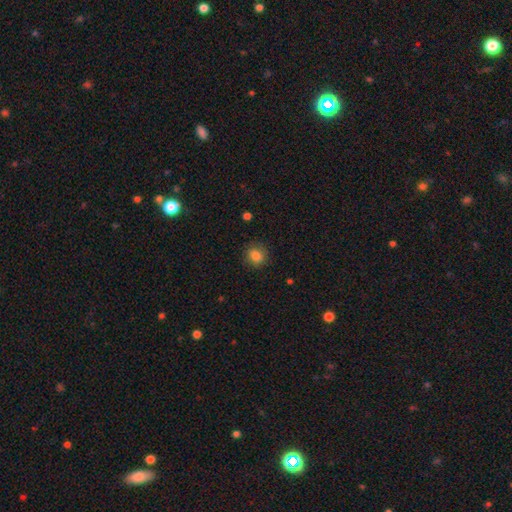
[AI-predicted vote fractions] Morphology: type=smooth (84%); roundness=round (78%); merging=none (85%).